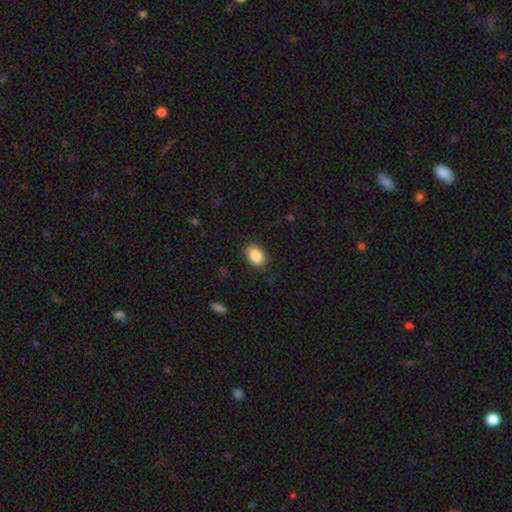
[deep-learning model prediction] Smooth or featured: smooth — 88% (star or artifact — 7%)
How rounded: in between — 83% (round — 15%)
Merging: none — 87% (minor disturbance — 10%)